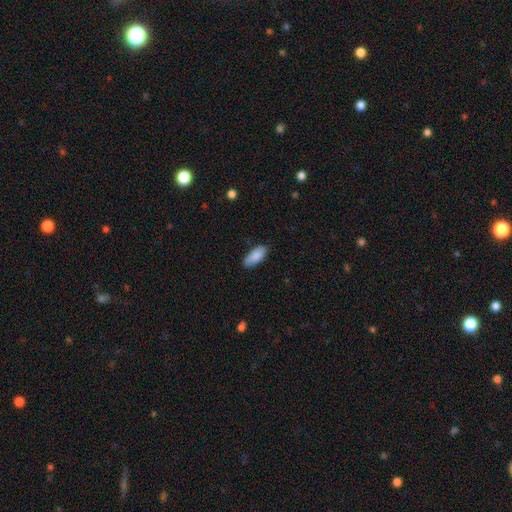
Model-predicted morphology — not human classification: type=smooth (89%); roundness=in between (86%); merging=none (84%).